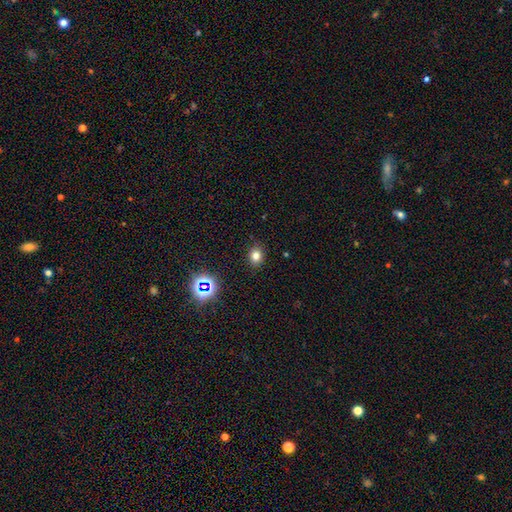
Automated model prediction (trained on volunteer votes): A smooth galaxy with no disk features (75%) that is round (54%). Merging: none (88%).